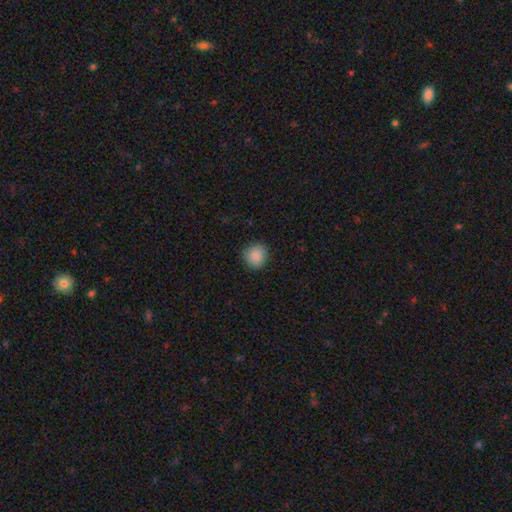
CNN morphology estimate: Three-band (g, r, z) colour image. It shows a smooth galaxy with no disk features (86%) that is round (90%). Merging: none (89%).